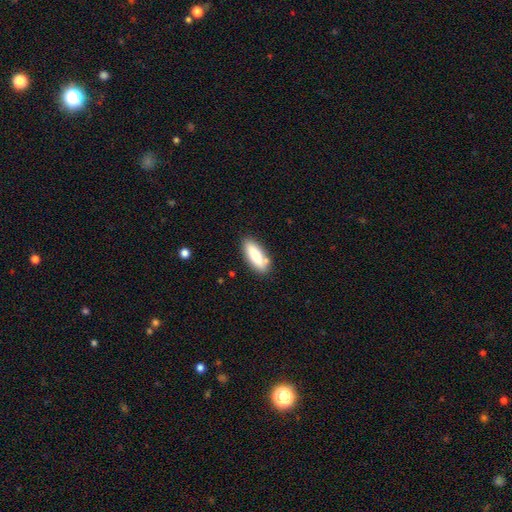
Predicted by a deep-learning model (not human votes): Morphology: type=smooth (76%); roundness=in between (62%); merging=none (81%).